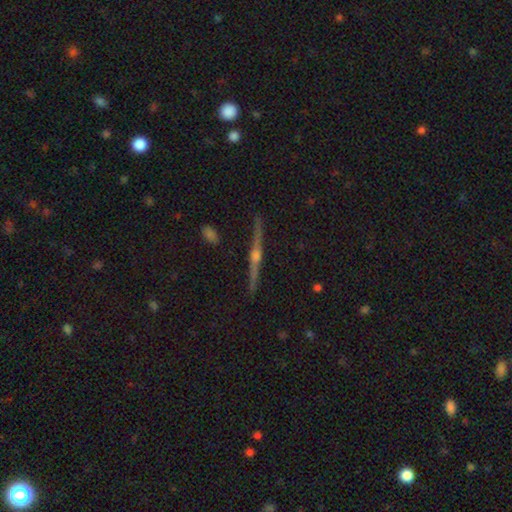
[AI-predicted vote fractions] Smooth or featured?
  - featured or disk: 85% *
  - smooth: 8%
  - star or artifact: 7%
Edge-on disk?
  - yes: 98% *
  - no: 2%
Edge-on bulge?
  - rounded: 92% *
  - none: 4%
  - boxy: 4%
Merging?
  - none: 91% *
  - minor disturbance: 6%
  - major disturbance: 2%
  - merger: 1%